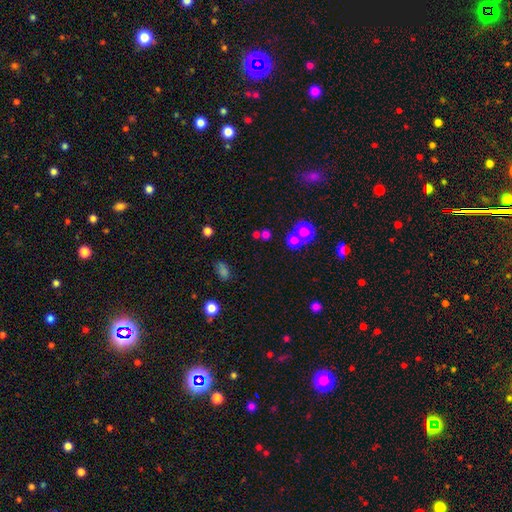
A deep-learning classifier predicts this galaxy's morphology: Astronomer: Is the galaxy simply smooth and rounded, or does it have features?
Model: smooth — 69%.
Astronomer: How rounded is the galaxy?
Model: round — 76%.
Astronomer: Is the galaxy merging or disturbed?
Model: none — 61%.